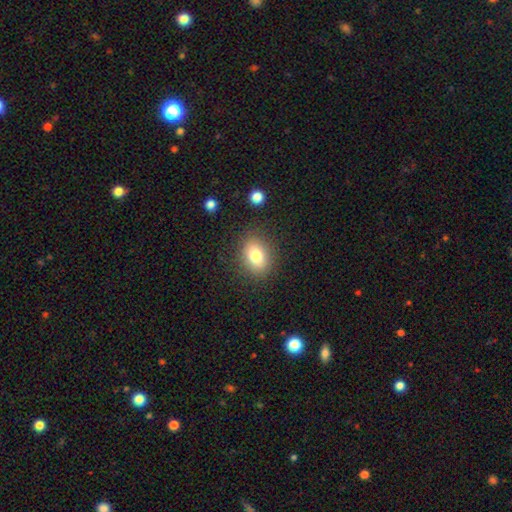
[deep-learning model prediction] A smooth galaxy with no disk features (79%) that is in between round and cigar-shaped (64%).

Vote fractions:
- Smooth or featured? smooth: 79% / featured or disk: 11% / star or artifact: 10%
- How rounded? in between: 64% / round: 35% / cigar-shaped: 1%
- Merging? none: 84% / minor disturbance: 10% / major disturbance: 4% / merger: 2%